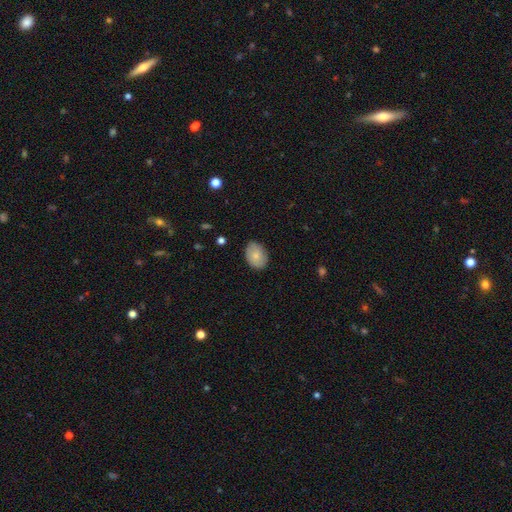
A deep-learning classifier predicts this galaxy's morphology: This is clearly a smooth galaxy (82%). How rounded: clearly in between (80%). Merging: clearly none (83%).